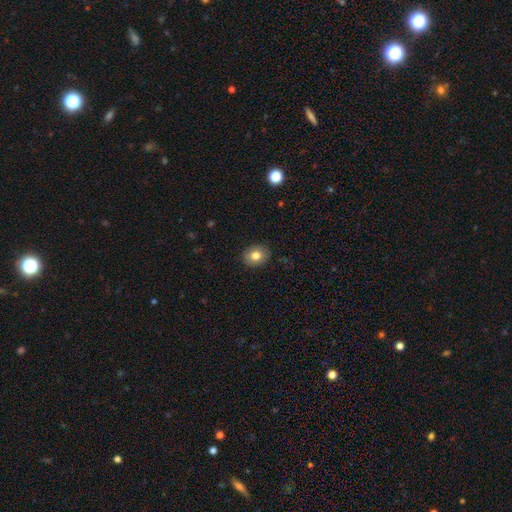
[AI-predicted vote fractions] The model was most divided on "how rounded": round: 55%, in between: 44%, cigar-shaped: 1%. More confident: merging — none (89%); smooth or featured — smooth (79%).